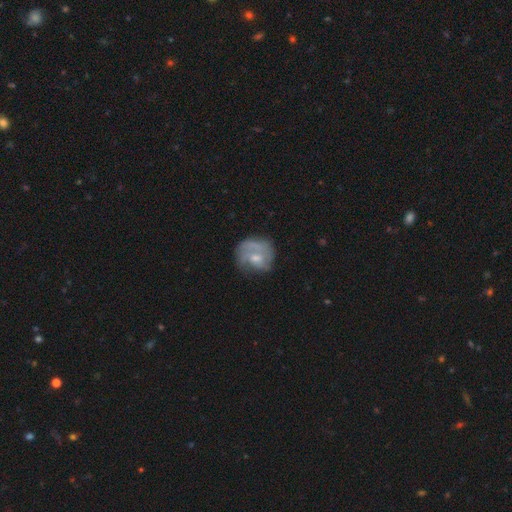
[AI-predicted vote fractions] Smooth or featured? featured or disk (50%)
Merging? none (44%)